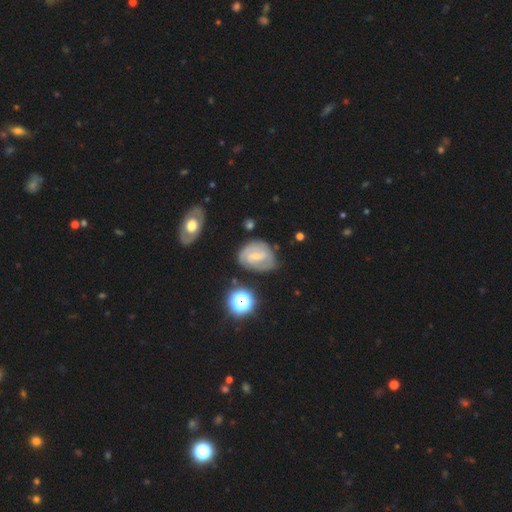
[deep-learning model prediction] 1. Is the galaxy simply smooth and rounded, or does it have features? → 67% featured or disk, 24% smooth, 9% star or artifact.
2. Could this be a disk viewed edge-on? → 96% no, 4% yes.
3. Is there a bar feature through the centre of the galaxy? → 55% weak, 23% no, 22% strong.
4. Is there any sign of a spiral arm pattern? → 84% yes, 16% no.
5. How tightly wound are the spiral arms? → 47% tight, 38% medium, 15% loose.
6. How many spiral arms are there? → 51% 2, 30% can't tell, 8% 1, 7% 3, 2% 4, 2% more than 4.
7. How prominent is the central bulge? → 58% small, 28% moderate, 11% none, 2% large, 1% dominant.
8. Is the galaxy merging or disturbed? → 57% none, 26% minor disturbance, 12% major disturbance, 4% merger.